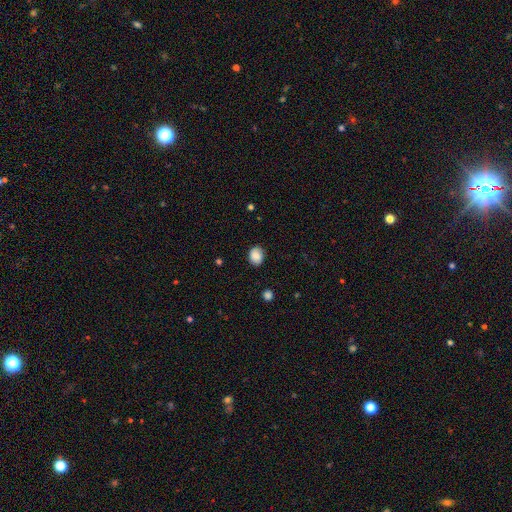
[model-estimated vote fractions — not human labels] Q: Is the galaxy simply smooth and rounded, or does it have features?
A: smooth — 87%.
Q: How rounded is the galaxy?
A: round — 53%.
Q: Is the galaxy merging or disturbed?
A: none — 83%.